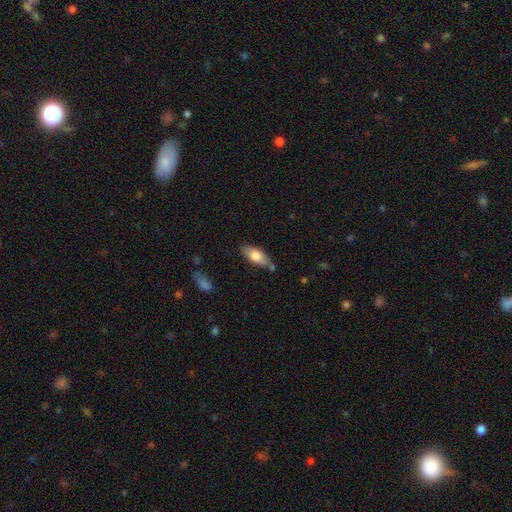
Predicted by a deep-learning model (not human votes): This is likely a smooth galaxy (71%). How rounded: likely in between (78%). Merging: likely none (74%).